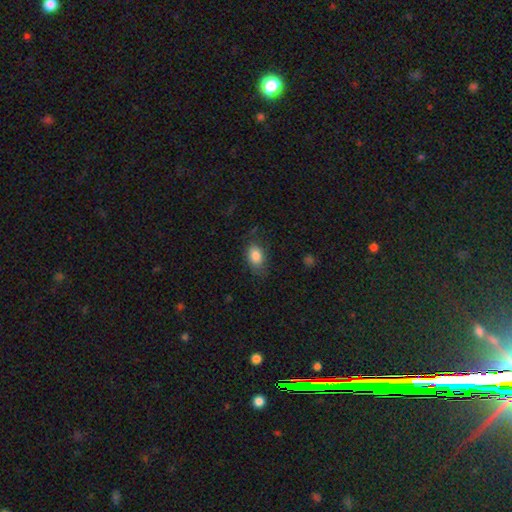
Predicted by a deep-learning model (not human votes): smooth_or_featured: smooth (p=0.85) [alt: star or artifact p=0.08]
how_rounded: in between (p=0.85) [alt: round p=0.13]
merging: none (p=0.72) [alt: minor disturbance p=0.20]